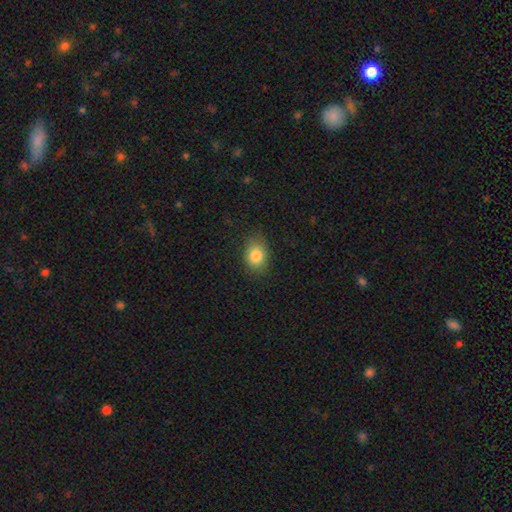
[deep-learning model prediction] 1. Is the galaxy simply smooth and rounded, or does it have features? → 83% smooth, 9% star or artifact, 7% featured or disk.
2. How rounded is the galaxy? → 64% in between, 35% round, 1% cigar-shaped.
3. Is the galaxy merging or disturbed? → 81% none, 14% minor disturbance, 4% major disturbance, 1% merger.